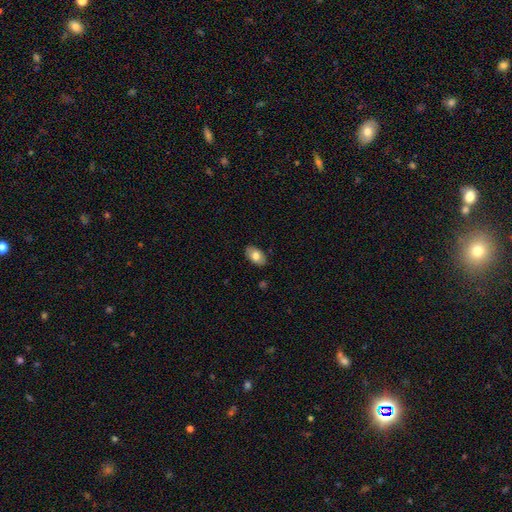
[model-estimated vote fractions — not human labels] A smooth galaxy with no disk features (73%) that is in between round and cigar-shaped (93%). Merging: none (85%).